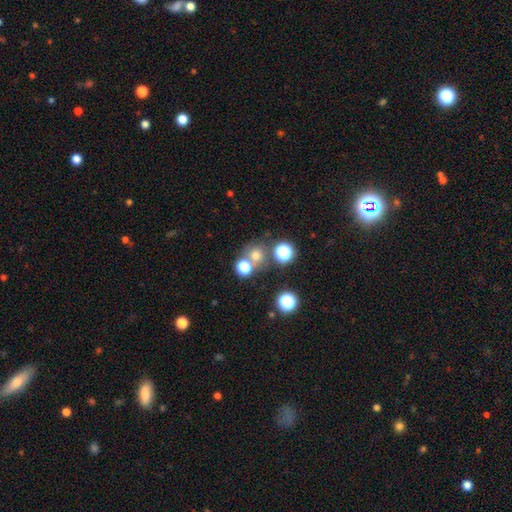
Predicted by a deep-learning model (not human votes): Smooth or featured? smooth (65%)
How rounded? round (86%)
Merging? none (60%)